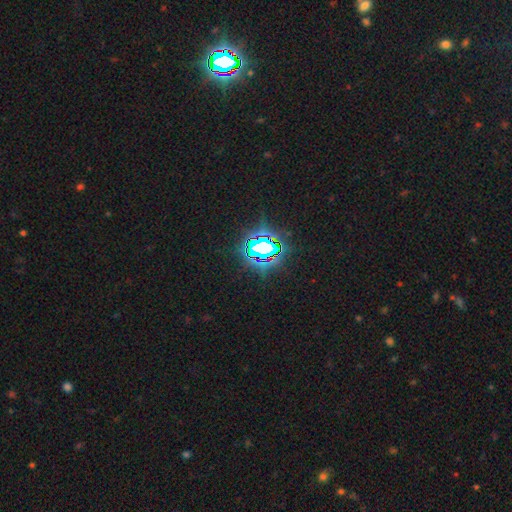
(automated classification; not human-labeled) A star or artifact, not a galaxy (77%).